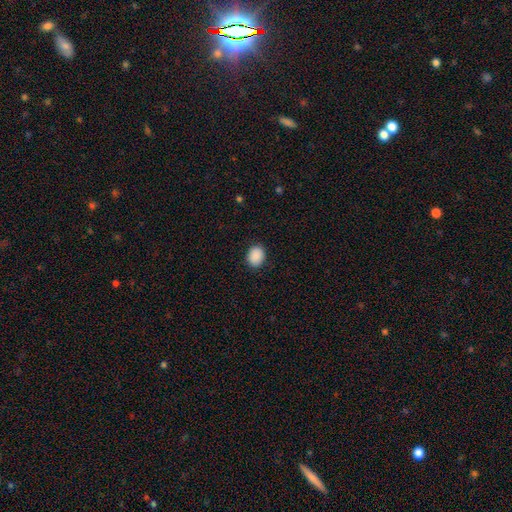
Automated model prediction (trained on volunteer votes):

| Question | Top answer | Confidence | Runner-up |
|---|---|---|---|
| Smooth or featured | smooth | 90% | star or artifact (8%) |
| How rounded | in between | 55% | round (44%) |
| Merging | none | 89% | minor disturbance (8%) |